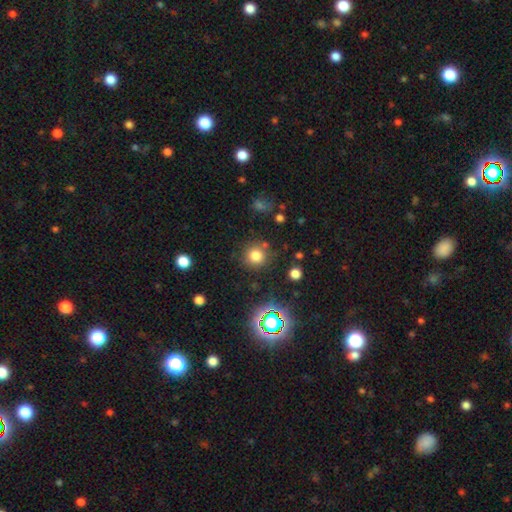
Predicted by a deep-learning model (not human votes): Smooth or featured: smooth — 76% (star or artifact — 17%)
How rounded: round — 92% (in between — 7%)
Merging: none — 81% (minor disturbance — 10%)